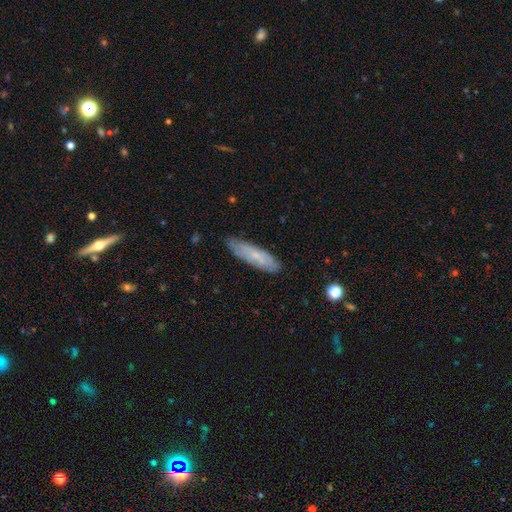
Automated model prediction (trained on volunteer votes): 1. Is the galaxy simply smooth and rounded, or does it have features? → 59% smooth, 34% featured or disk, 7% star or artifact.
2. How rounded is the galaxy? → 63% cigar-shaped, 35% in between, 2% round.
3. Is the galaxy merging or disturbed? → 81% none, 15% minor disturbance, 3% major disturbance, 1% merger.